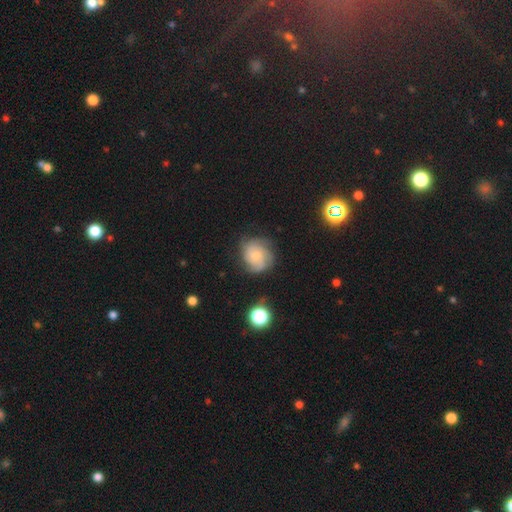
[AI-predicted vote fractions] smooth-or-featured: featured or disk: 60% | smooth: 31% | star or artifact: 9%
  disk-edge-on: no: 98% | yes: 2%
    bar: no: 73% | weak: 24% | strong: 3%
    has-spiral-arms: yes: 91% | no: 9%
      spiral-winding: tight: 48% | medium: 38% | loose: 14%
      spiral-arm-count: can't tell: 33% | 3: 29% | 2: 15% | 4: 12% | 1: 5% | more than 4: 5%
    bulge-size: small: 56% | moderate: 31% | none: 9% | large: 3% | dominant: 1%
  merging: none: 70% | minor disturbance: 20% | major disturbance: 8% | merger: 2%